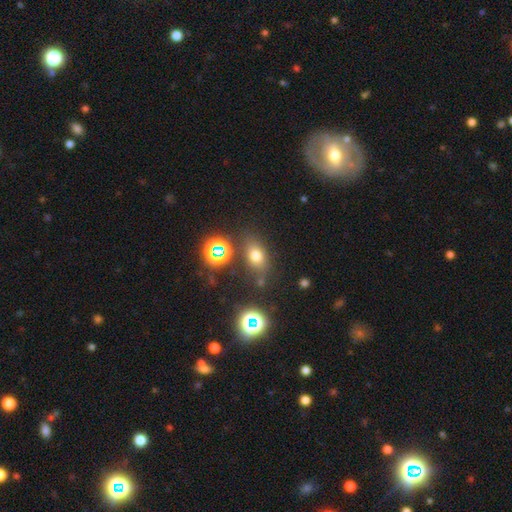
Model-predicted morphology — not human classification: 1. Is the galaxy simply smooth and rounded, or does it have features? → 65% smooth, 23% star or artifact, 12% featured or disk.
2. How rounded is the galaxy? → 65% in between, 32% round, 3% cigar-shaped.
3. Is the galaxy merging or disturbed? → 74% none, 14% minor disturbance, 7% merger, 5% major disturbance.